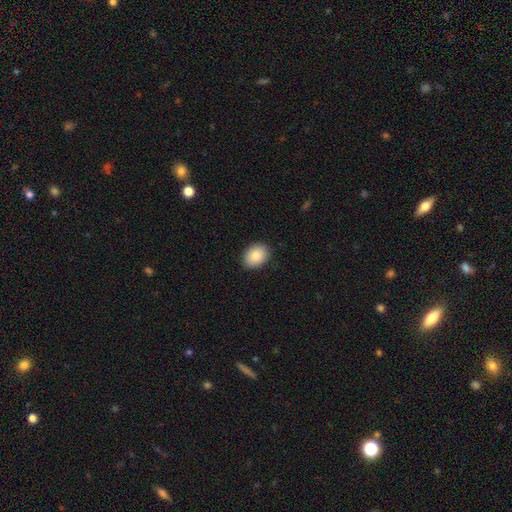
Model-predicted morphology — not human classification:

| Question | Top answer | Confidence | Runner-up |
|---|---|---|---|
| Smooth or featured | smooth | 85% | featured or disk (8%) |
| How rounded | in between | 71% | round (28%) |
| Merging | none | 88% | minor disturbance (9%) |